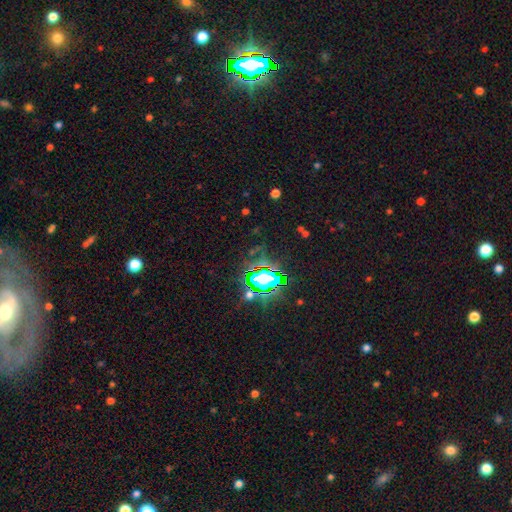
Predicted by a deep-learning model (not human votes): star or artifact 82%, smooth 11%, featured or disk 7%.